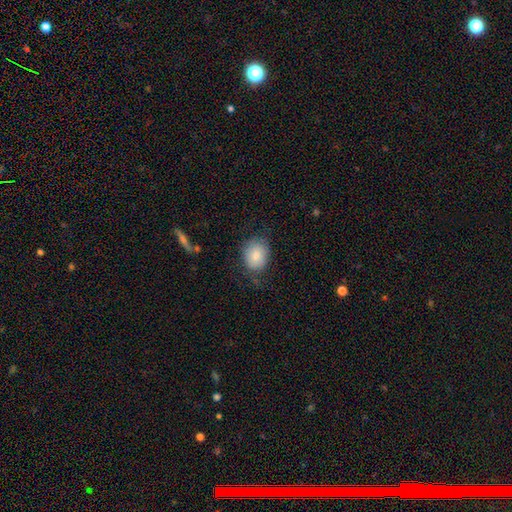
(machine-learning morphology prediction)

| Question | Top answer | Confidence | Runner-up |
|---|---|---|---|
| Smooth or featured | smooth | 81% | featured or disk (12%) |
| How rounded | in between | 53% | round (46%) |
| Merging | none | 69% | minor disturbance (22%) |